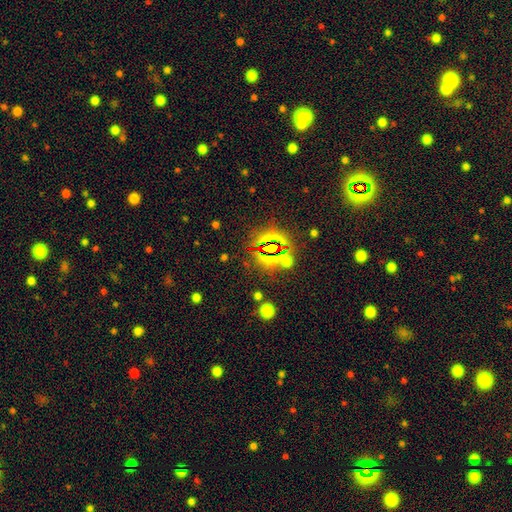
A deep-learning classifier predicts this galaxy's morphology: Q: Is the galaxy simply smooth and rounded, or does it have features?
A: star or artifact — 80%.